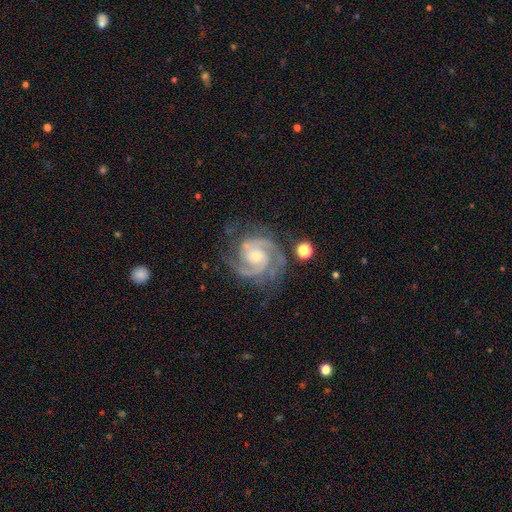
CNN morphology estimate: Smooth or featured?
  - featured or disk: 93% *
  - star or artifact: 5%
  - smooth: 2%
Edge-on disk?
  - no: 98% *
  - yes: 2%
Bar?
  - no: 56% *
  - weak: 34%
  - strong: 10%
Spiral arms?
  - yes: 99% *
  - no: 1%
Spiral winding?
  - tight: 56% *
  - medium: 40%
  - loose: 4%
Spiral arm count?
  - 2: 76% *
  - 3: 14%
  - can't tell: 3%
  - 4: 2%
  - 1: 2%
  - more than 4: 2%
Bulge size?
  - small: 57% *
  - moderate: 38%
  - none: 2%
  - large: 2%
  - dominant: 1%
Merging?
  - none: 75% *
  - minor disturbance: 17%
  - major disturbance: 6%
  - merger: 2%